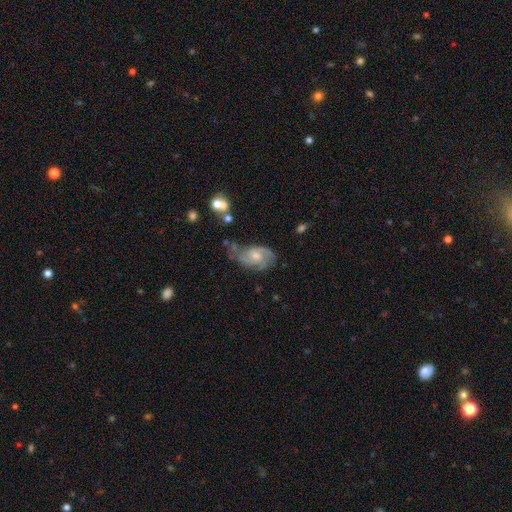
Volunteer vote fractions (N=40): featured or disk 88%, star or artifact 12%, smooth 0%. Down the decision tree: edge-on disk — no (94%); bar — no (82%); spiral arms — yes (100%); spiral arm count — 3 (45%); spiral winding — medium (45%); bulge size — moderate (73%); merging — none (69%).